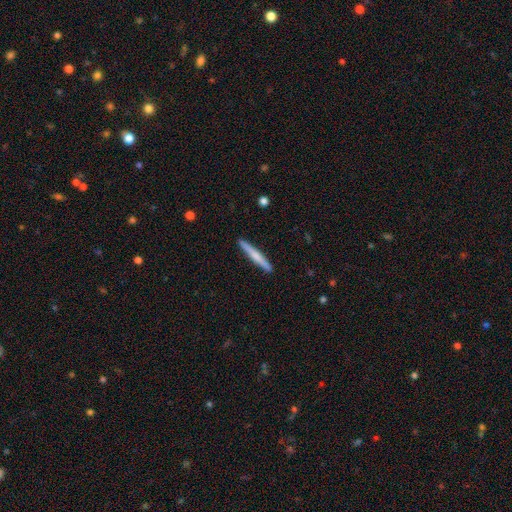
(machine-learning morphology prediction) Smooth or featured: smooth — 55% (featured or disk — 40%)
How rounded: cigar-shaped — 96% (in between — 3%)
Merging: none — 92% (minor disturbance — 6%)